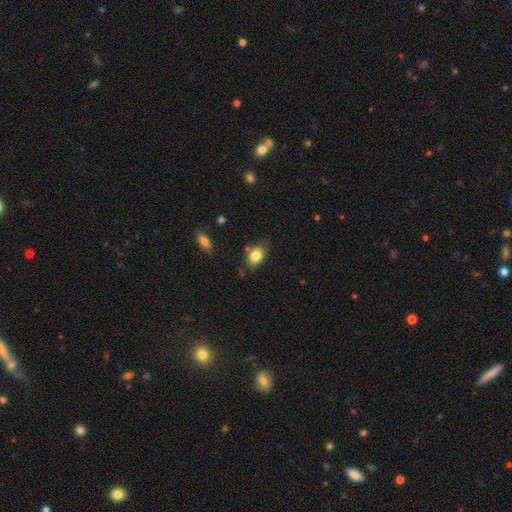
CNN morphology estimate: Overall: smooth (83%). How rounded: in between (86%). Merging: none (73%).